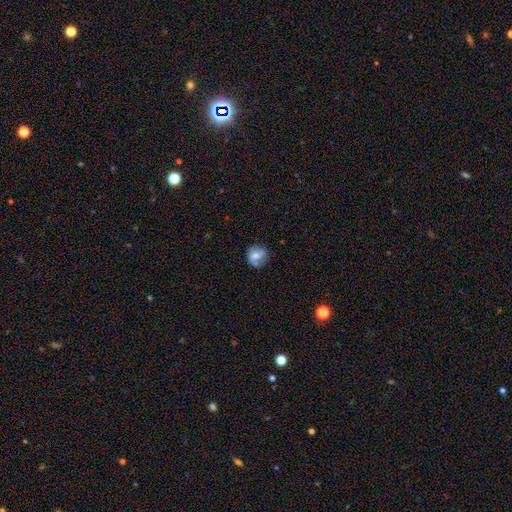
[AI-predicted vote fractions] This is likely a smooth galaxy (66%). How rounded: likely round (79%). Merging: likely none (63%).